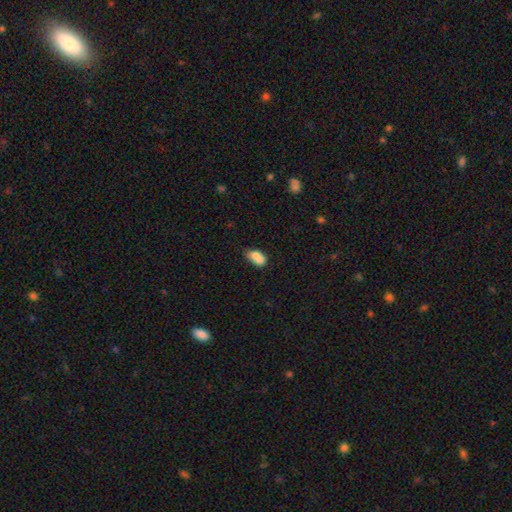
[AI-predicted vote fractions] smooth_or_featured: smooth (p=0.74) [alt: featured or disk p=0.17]
how_rounded: in between (p=0.82) [alt: round p=0.15]
merging: merger (p=0.47) [alt: none p=0.30]